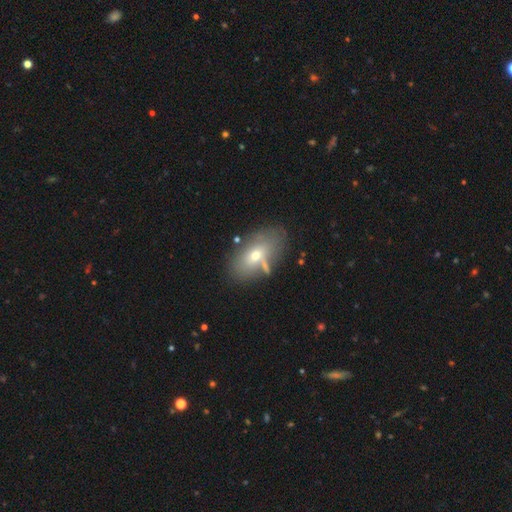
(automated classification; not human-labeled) Morphology: type=smooth (59%); roundness=in between (86%); merging=none (62%).